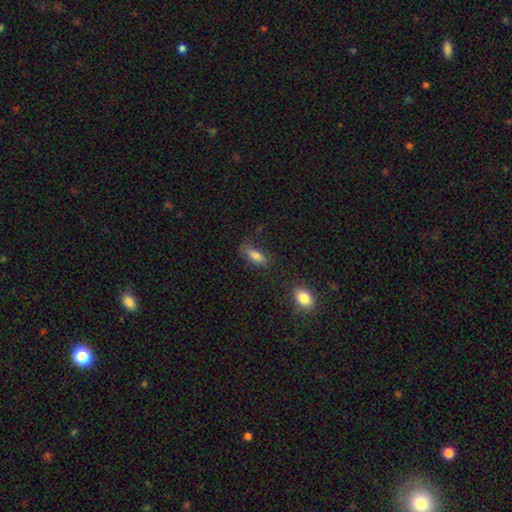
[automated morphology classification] Smooth or featured? smooth (78%)
How rounded? in between (71%)
Merging? none (62%)